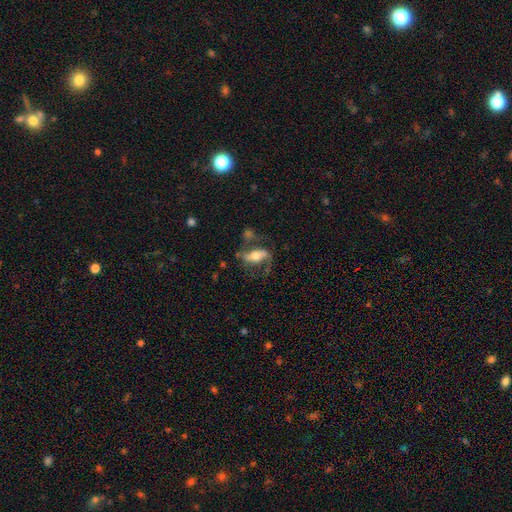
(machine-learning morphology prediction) This appears to be a featured or disk galaxy (67%) with a strong bar (45%), spiral arms (83%) and a moderate central bulge (59%). Merging: none (53%).